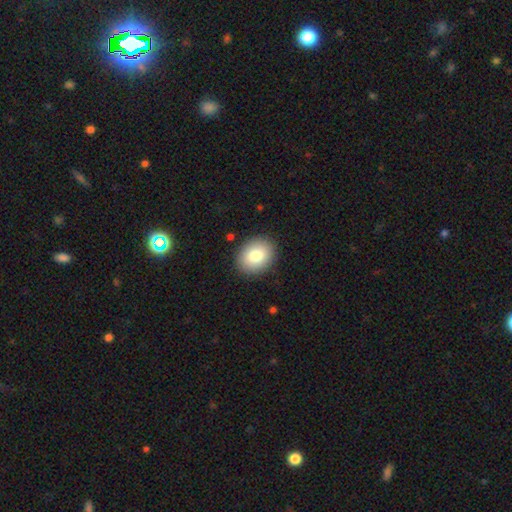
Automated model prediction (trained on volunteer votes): Smooth or featured? smooth (81%)
How rounded? in between (55%)
Merging? none (90%)